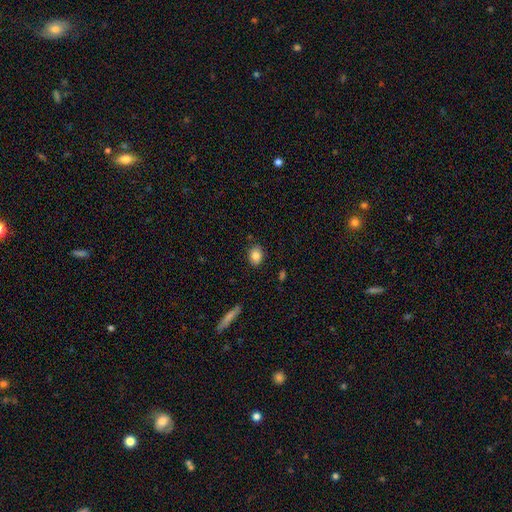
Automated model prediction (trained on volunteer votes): Smooth or featured?
  - smooth: 85% *
  - star or artifact: 9%
  - featured or disk: 7%
How rounded?
  - in between: 64% *
  - round: 35%
  - cigar-shaped: 1%
Merging?
  - none: 85% *
  - minor disturbance: 11%
  - major disturbance: 2%
  - merger: 2%